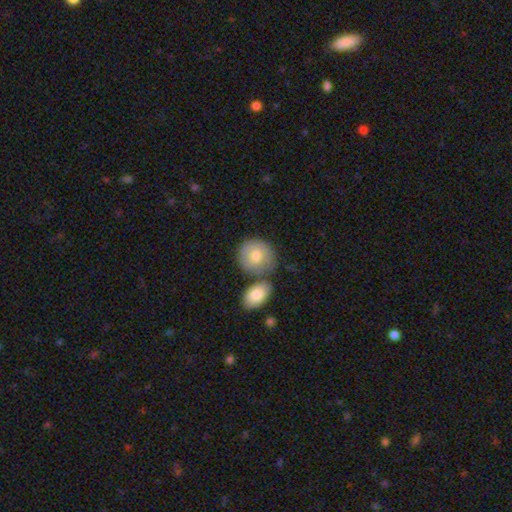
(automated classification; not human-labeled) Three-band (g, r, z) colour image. It shows a smooth galaxy with no disk features (79%) that is round (84%). Merging: none (57%).